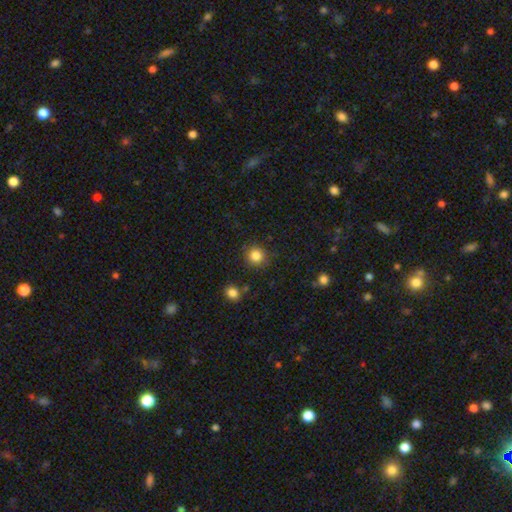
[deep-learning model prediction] Smooth or featured: smooth — 84% (star or artifact — 11%)
How rounded: round — 92% (in between — 7%)
Merging: none — 87% (minor disturbance — 8%)